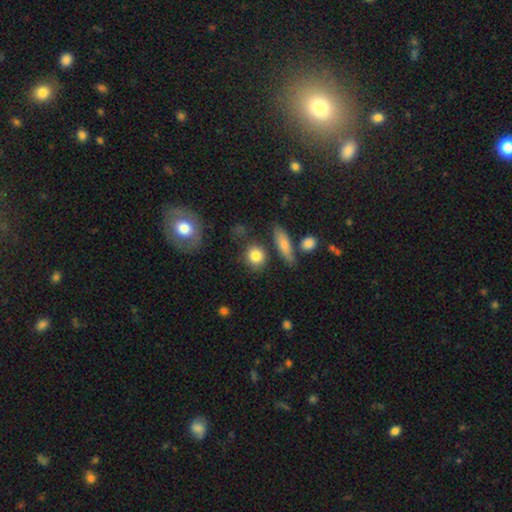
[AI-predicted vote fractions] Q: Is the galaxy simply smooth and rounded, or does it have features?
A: smooth — 83%.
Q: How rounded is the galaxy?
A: round — 71%.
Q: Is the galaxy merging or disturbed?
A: none — 74%.